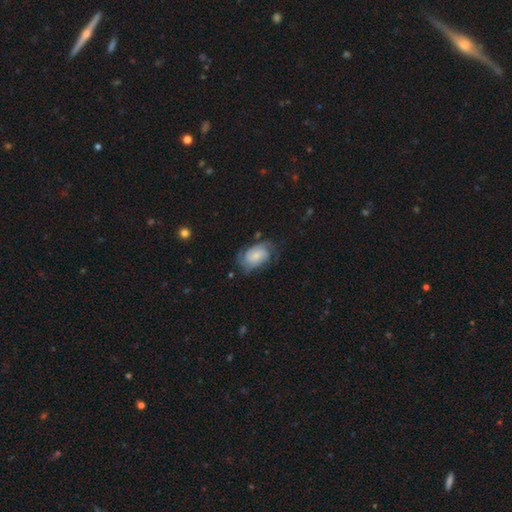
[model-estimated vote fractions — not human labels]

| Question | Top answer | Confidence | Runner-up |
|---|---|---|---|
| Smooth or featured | featured or disk | 63% | smooth (30%) |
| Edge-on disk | no | 97% | yes (3%) |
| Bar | no | 59% | weak (34%) |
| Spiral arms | yes | 90% | no (10%) |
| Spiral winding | tight | 48% | medium (38%) |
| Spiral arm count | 2 | 47% | can't tell (28%) |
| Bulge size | small | 60% | moderate (26%) |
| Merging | none | 60% | minor disturbance (25%) |